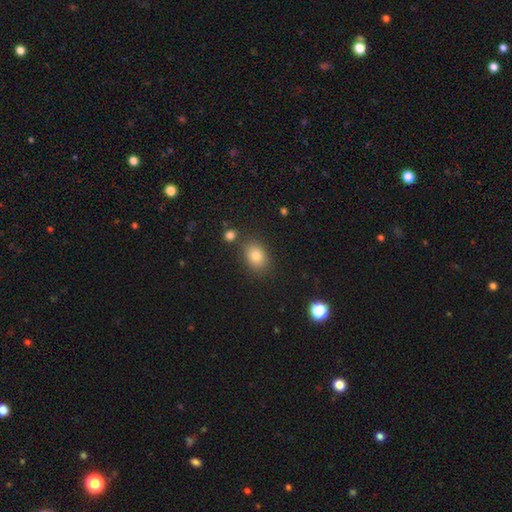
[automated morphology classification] A smooth galaxy with no disk features (82%) that is in between round and cigar-shaped (68%). Merging: none (80%).